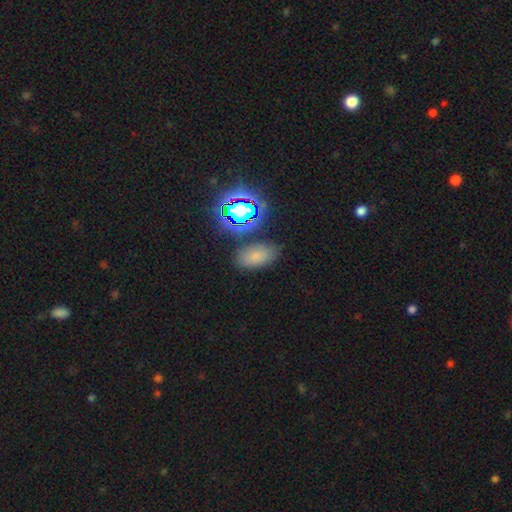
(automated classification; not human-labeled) This is likely a smooth galaxy (67%). How rounded: clearly in between (91%). Merging: likely none (80%).